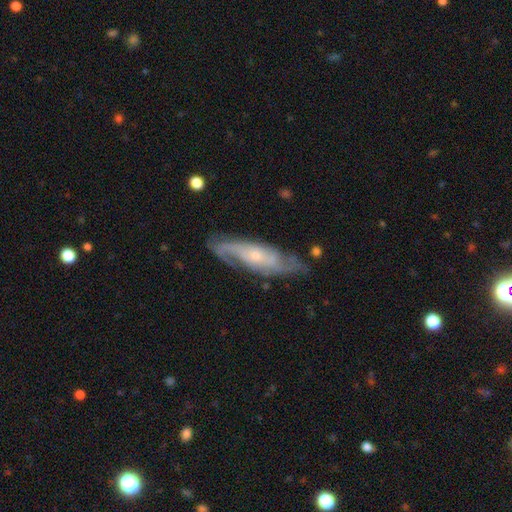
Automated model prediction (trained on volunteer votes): A featured or disk galaxy (80%) with no bar (66%), 2 (59%) medium (43%) spiral arms (93%) and a small central bulge (67%).

Vote fractions:
- Smooth or featured? featured or disk: 80% / smooth: 14% / star or artifact: 5%
- Edge-on disk? no: 82% / yes: 18%
- Bar? no: 66% / weak: 27% / strong: 7%
- Spiral arms? yes: 93% / no: 7%
- Spiral winding? medium: 43% / tight: 37% / loose: 20%
- Spiral arm count? 2: 59% / can't tell: 22% / 3: 9% / 1: 4% / 4: 3% / more than 4: 2%
- Bulge size? small: 67% / moderate: 28% / none: 2% / large: 2% / dominant: 1%
- Merging? none: 72% / minor disturbance: 19% / major disturbance: 7% / merger: 2%